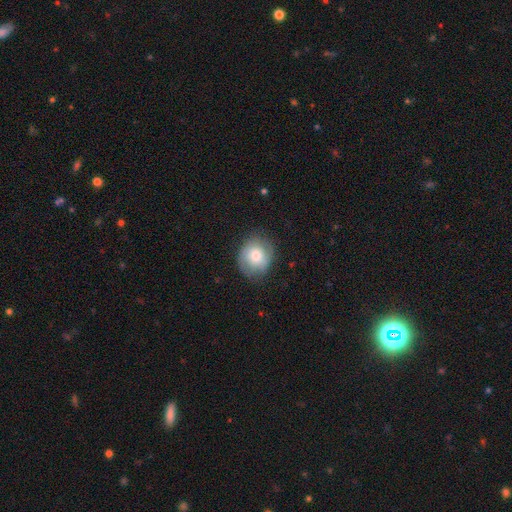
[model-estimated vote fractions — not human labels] Smooth or featured? Predicted: smooth (p=0.57). How rounded? Predicted: round (p=0.72). Merging? Predicted: none (p=0.76).